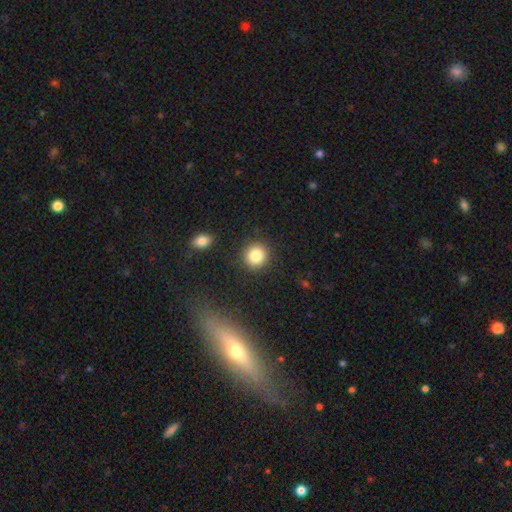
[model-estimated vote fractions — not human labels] Smooth or featured?
  - smooth: 85% *
  - star or artifact: 10%
  - featured or disk: 6%
How rounded?
  - round: 90% *
  - in between: 9%
  - cigar-shaped: 1%
Merging?
  - none: 89% *
  - minor disturbance: 7%
  - major disturbance: 2%
  - merger: 2%